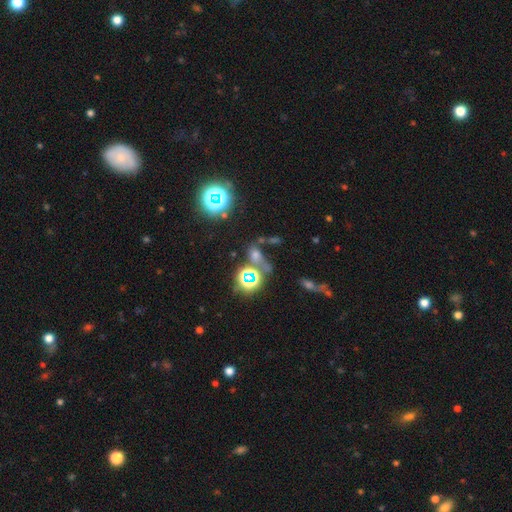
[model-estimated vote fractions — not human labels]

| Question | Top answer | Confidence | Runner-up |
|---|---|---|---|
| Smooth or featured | star or artifact | 48% | smooth (40%) |